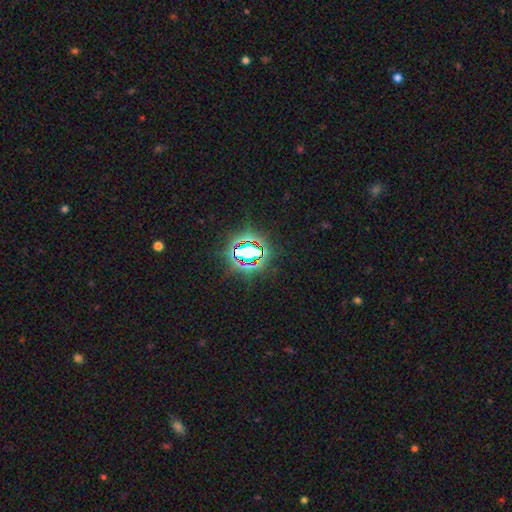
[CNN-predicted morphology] Overall: star or artifact (79%).